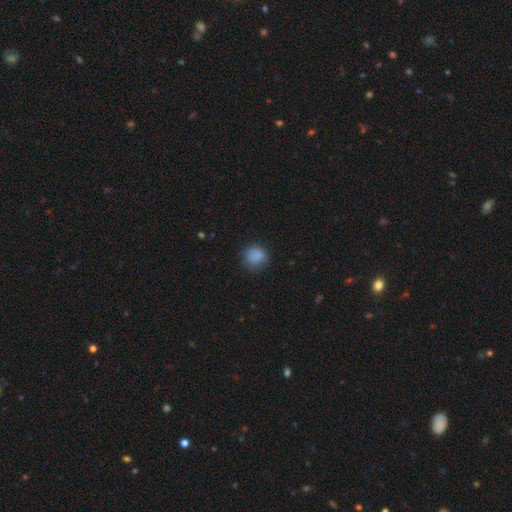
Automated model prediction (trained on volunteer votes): Smooth or featured: smooth — 85% (star or artifact — 10%)
How rounded: round — 82% (in between — 17%)
Merging: none — 76% (minor disturbance — 17%)